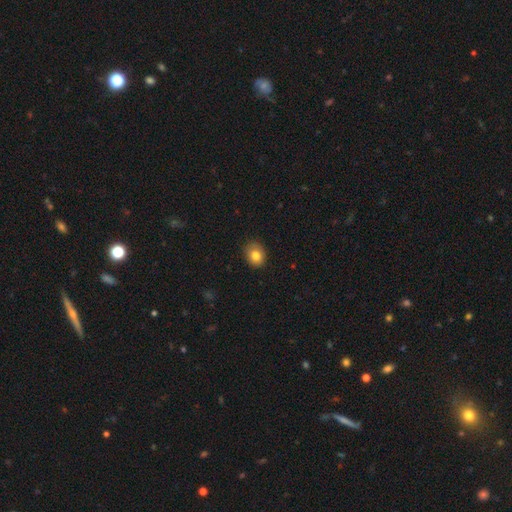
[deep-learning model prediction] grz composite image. It shows a smooth galaxy with no disk features (80%) that is round (51%). Merging: none (85%).